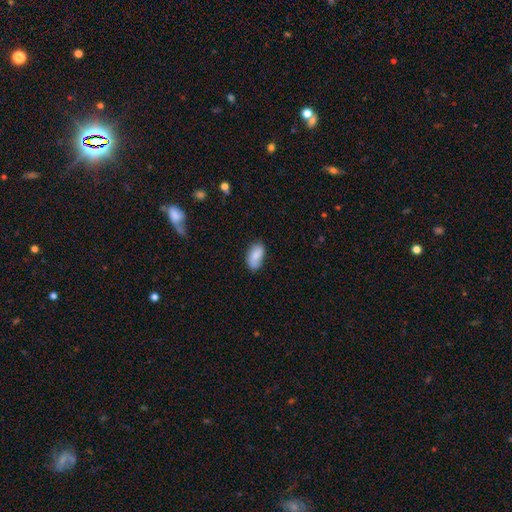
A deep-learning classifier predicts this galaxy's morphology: Q: Smooth or featured?
A: smooth (84%); runner-up: featured or disk (9%)
Q: How rounded?
A: in between (93%); runner-up: round (4%)
Q: Merging?
A: none (70%); runner-up: minor disturbance (24%)